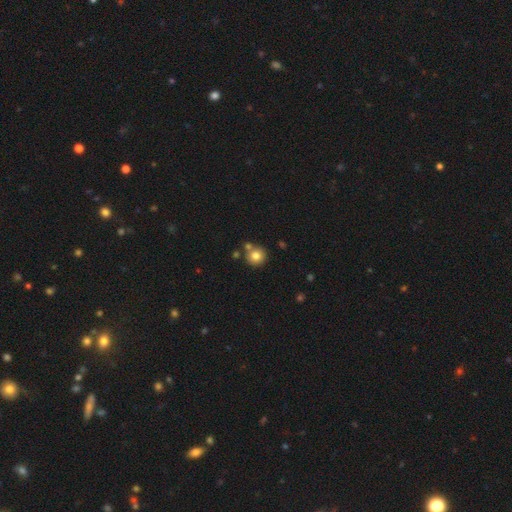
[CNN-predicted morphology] Smooth or featured: smooth — 80% (star or artifact — 11%)
How rounded: round — 92% (in between — 7%)
Merging: none — 72% (merger — 16%)